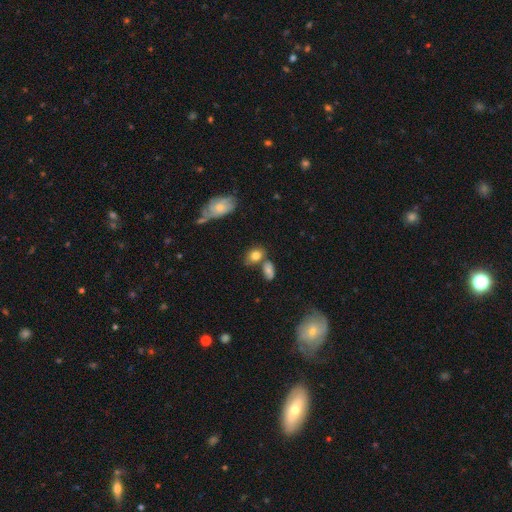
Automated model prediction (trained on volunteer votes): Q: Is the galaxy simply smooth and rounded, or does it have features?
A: smooth — 77%.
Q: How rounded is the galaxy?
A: in between — 67%.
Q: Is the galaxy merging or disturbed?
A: none — 53%.